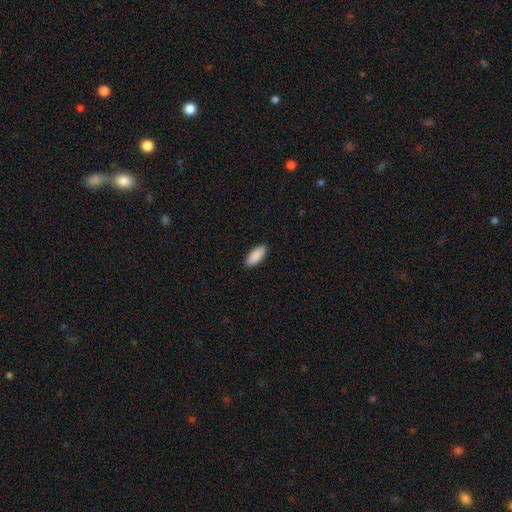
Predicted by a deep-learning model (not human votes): A smooth galaxy with no disk features (91%) that is in between round and cigar-shaped (82%). Merging: none (90%).